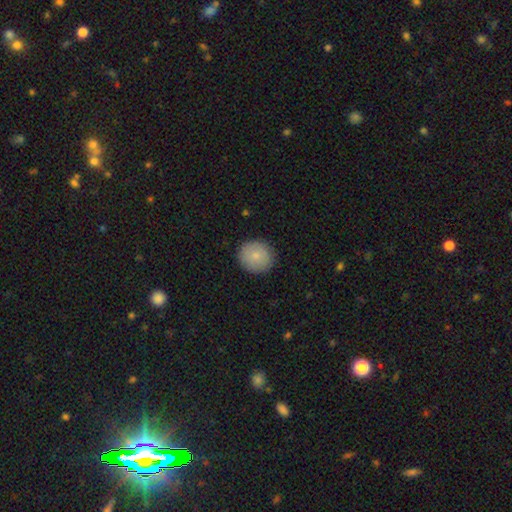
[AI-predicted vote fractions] smooth_or_featured: smooth (p=0.84) [alt: featured or disk p=0.10]
how_rounded: round (p=0.90) [alt: in between p=0.09]
merging: none (p=0.90) [alt: minor disturbance p=0.07]